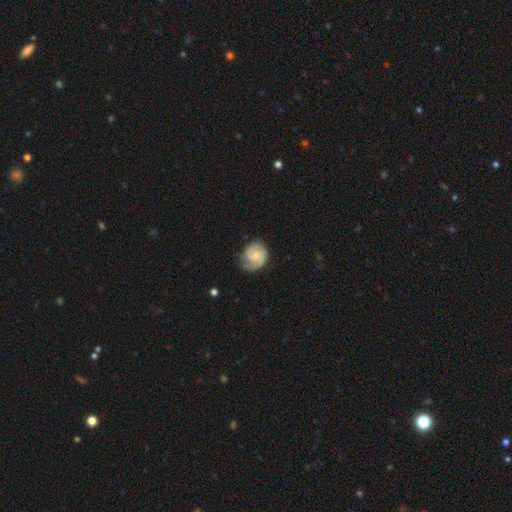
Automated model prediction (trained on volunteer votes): The model was most divided on "spiral winding": tight: 49%, medium: 39%, loose: 12%. More confident: edge-on disk — no (98%); spiral arms — yes (96%); smooth or featured — featured or disk (77%); spiral arm count — 2 (70%); merging — none (69%); bulge size — small (58%); bar — no (58%).